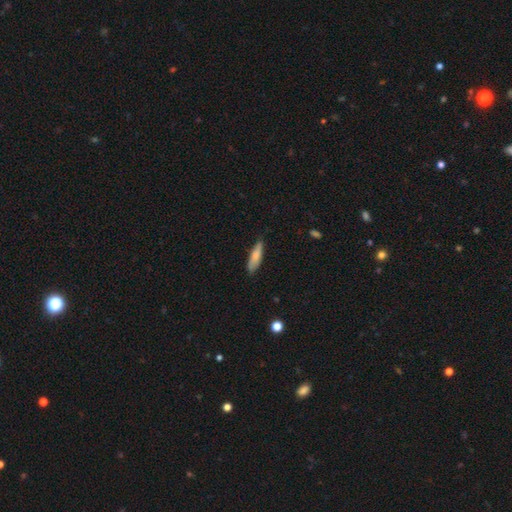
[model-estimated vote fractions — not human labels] Smooth or featured: smooth — 73% (featured or disk — 21%)
How rounded: cigar-shaped — 65% (in between — 33%)
Merging: none — 78% (minor disturbance — 18%)